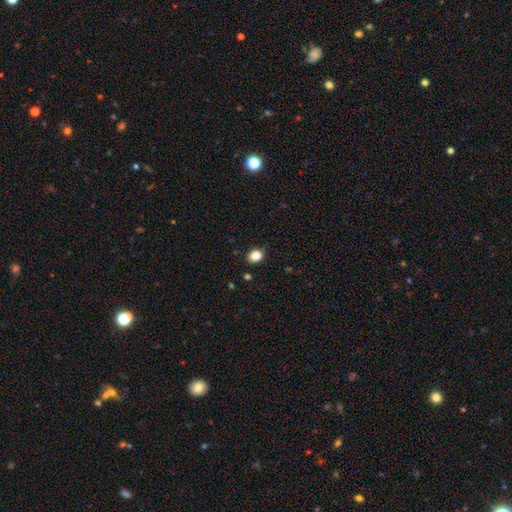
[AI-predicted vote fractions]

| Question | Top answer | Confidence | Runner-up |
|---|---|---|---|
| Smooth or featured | smooth | 87% | star or artifact (10%) |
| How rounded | in between | 55% | round (44%) |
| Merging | none | 85% | minor disturbance (11%) |